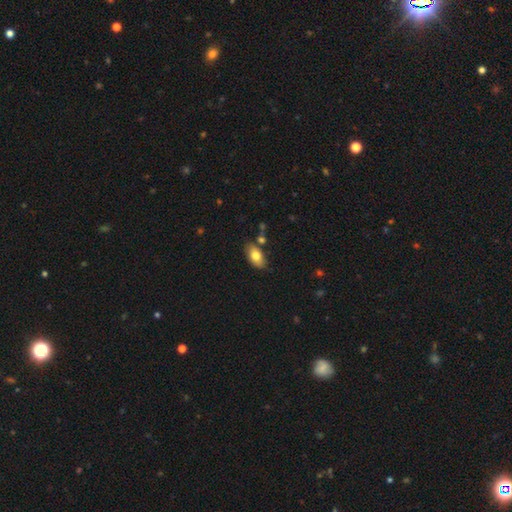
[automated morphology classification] This appears to be a smooth galaxy with no disk features (75%) that is in between round and cigar-shaped (92%). Merging: none (75%).